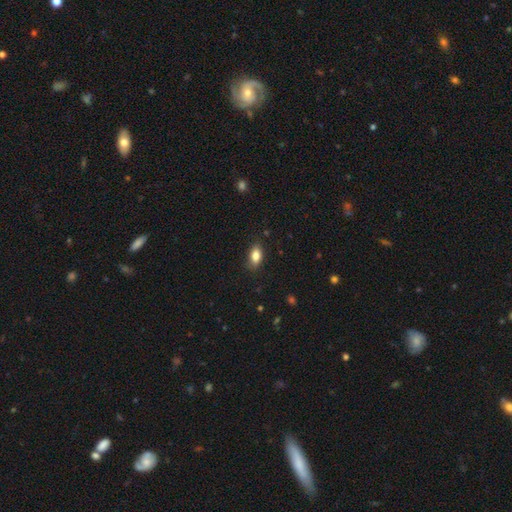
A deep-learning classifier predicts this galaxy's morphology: Overall: smooth (84%). How rounded: in between (88%). Merging: none (83%).